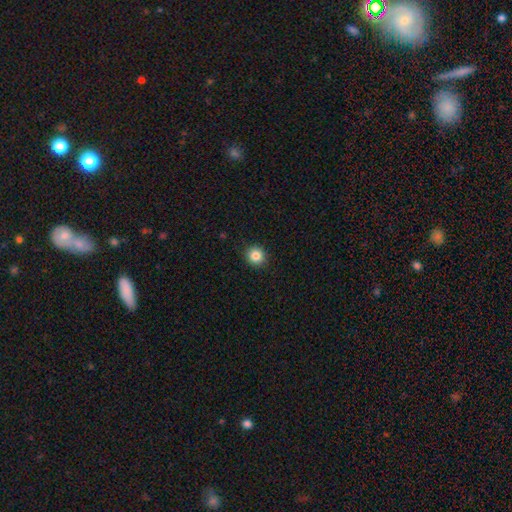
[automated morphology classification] This is clearly a smooth galaxy (85%). How rounded: clearly round (90%). Merging: clearly none (91%).